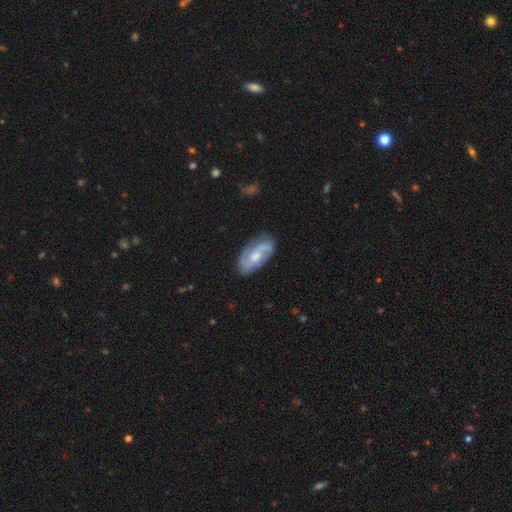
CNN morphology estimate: Smooth or featured: featured or disk — 69% (smooth — 25%)
Edge-on disk: no — 94% (yes — 6%)
Bar: no — 51% (weak — 40%)
Spiral arms: yes — 89% (no — 11%)
Spiral winding: medium — 44% (loose — 29%)
Spiral arm count: 2 — 75% (can't tell — 13%)
Bulge size: moderate — 60% (small — 25%)
Merging: none — 74% (minor disturbance — 19%)